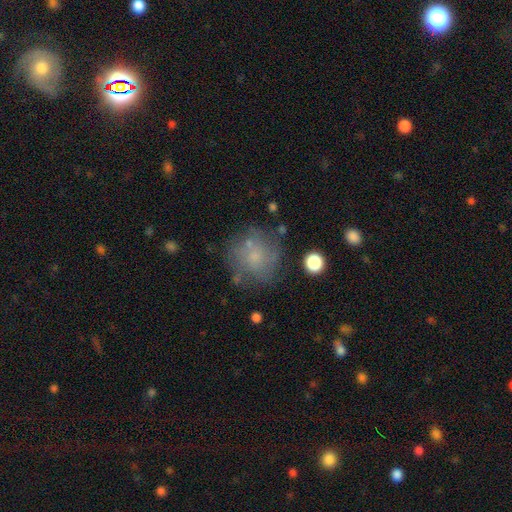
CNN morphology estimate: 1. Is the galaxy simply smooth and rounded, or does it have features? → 57% smooth, 30% featured or disk, 13% star or artifact.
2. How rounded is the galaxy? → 86% round, 13% in between, 1% cigar-shaped.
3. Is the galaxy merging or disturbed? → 65% none, 19% minor disturbance, 11% major disturbance, 5% merger.